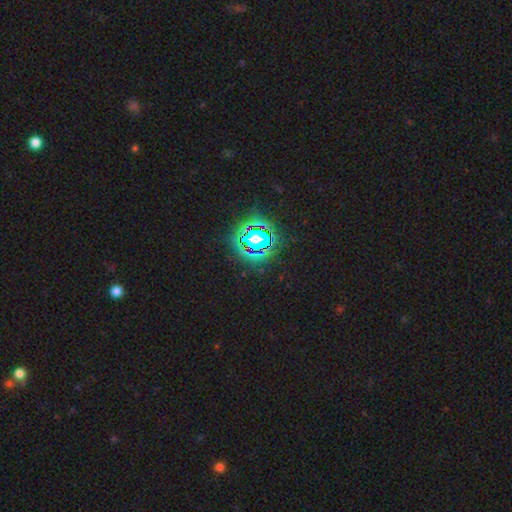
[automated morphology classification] A star or artifact, not a galaxy (84%).